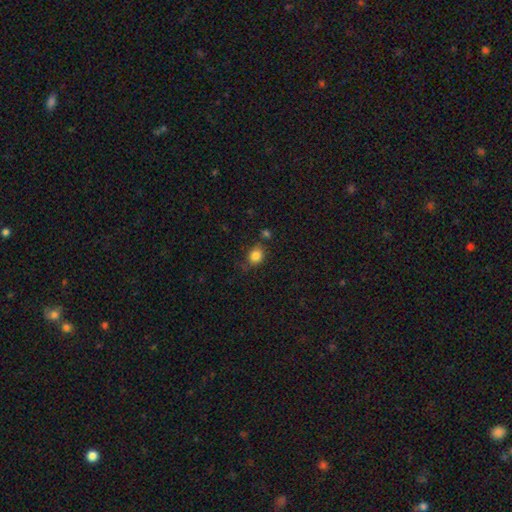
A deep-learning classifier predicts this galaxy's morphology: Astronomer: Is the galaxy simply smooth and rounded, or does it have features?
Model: smooth — 84%.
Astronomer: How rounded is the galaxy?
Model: round — 57% (runner-up: in between, 42%).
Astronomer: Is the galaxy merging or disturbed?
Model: none — 70%.